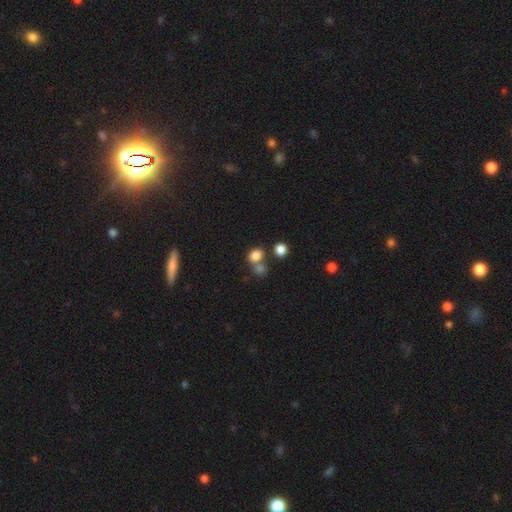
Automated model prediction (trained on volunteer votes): This appears to be a smooth galaxy with no disk features (80%) that is round (71%). Merging: none (53%).